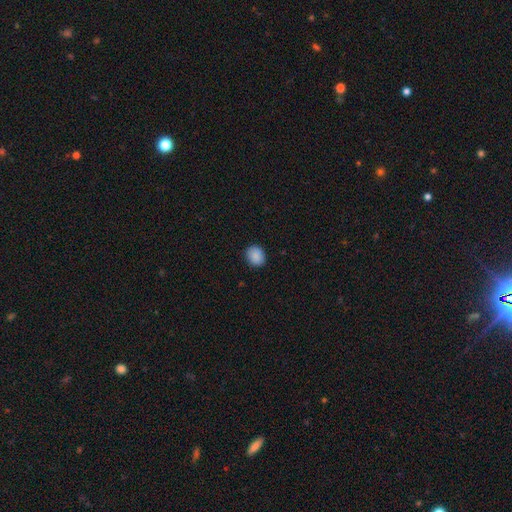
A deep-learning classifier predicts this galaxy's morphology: smooth_or_featured: smooth (p=0.89) [alt: star or artifact p=0.08]
how_rounded: round (p=0.59) [alt: in between p=0.41]
merging: none (p=0.88) [alt: minor disturbance p=0.09]